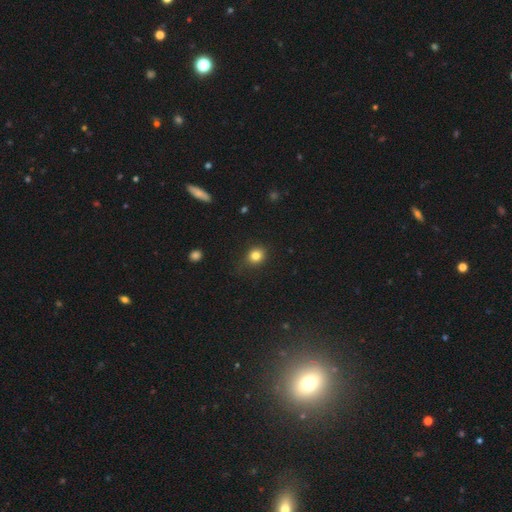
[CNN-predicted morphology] Smooth or featured? smooth (82%)
How rounded? round (74%)
Merging? none (79%)